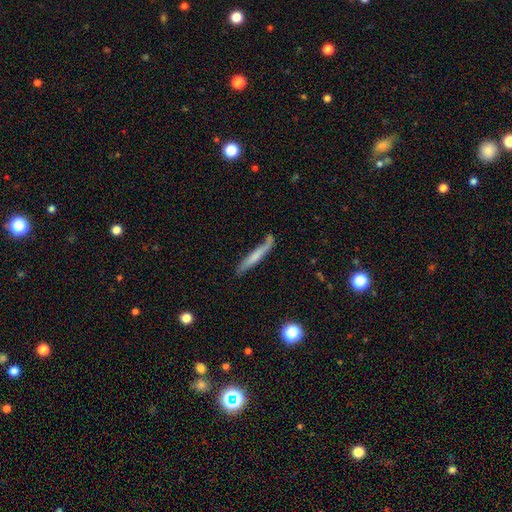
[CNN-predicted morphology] This is possibly a smooth galaxy (54%). How rounded: clearly cigar-shaped (93%). Merging: likely none (64%).